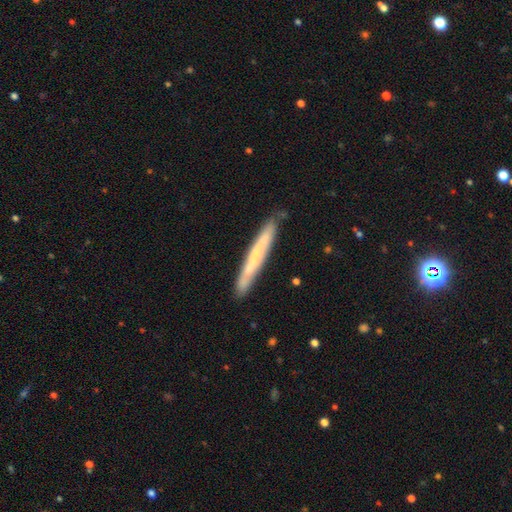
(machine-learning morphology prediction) smooth 48%, featured or disk 46%, star or artifact 6%. Down the decision tree: merging — none (83%).